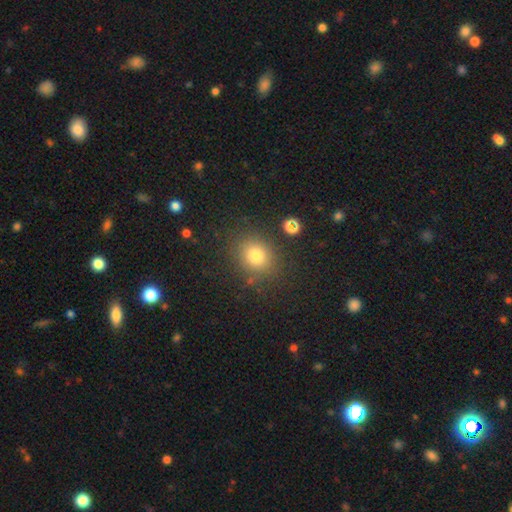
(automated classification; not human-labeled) Smooth or featured? smooth (79%)
How rounded? round (70%)
Merging? none (84%)